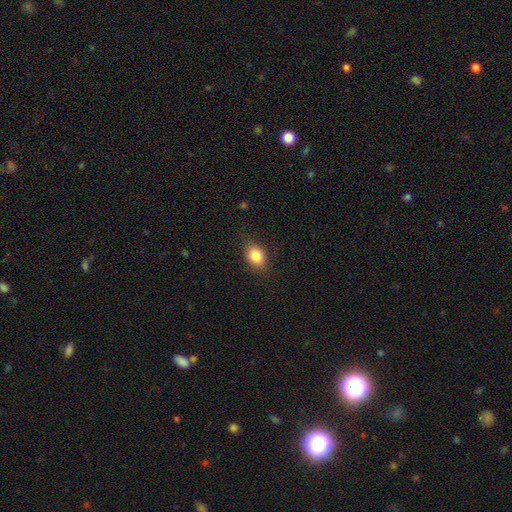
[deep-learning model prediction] A smooth galaxy with no disk features (83%) that is in between round and cigar-shaped (67%). Merging: none (82%).